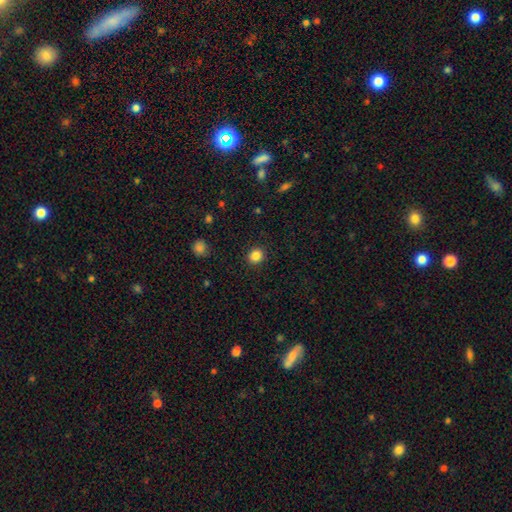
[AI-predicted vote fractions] Smooth or featured? smooth (85%)
How rounded? round (83%)
Merging? none (91%)